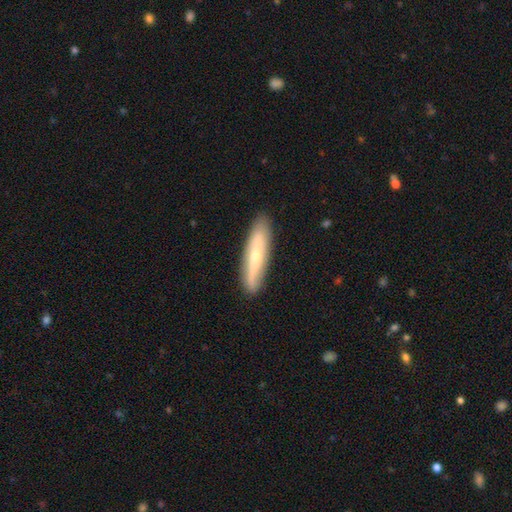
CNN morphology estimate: smooth 50%, featured or disk 44%, star or artifact 6%. Down the decision tree: merging — none (87%).